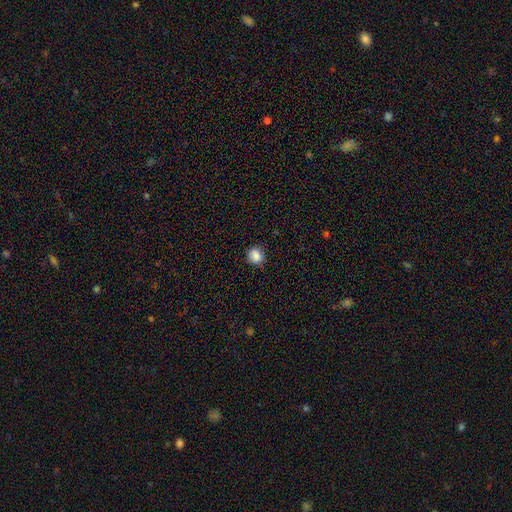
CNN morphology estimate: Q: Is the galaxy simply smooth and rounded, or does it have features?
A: smooth — 86%.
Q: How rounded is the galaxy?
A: round — 76%.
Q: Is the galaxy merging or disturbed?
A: none — 85%.